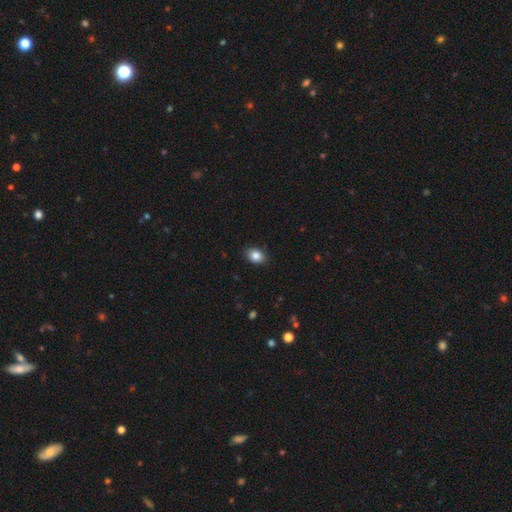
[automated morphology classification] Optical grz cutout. It shows a smooth galaxy with no disk features (86%) that is in between round and cigar-shaped (73%). Merging: none (89%).